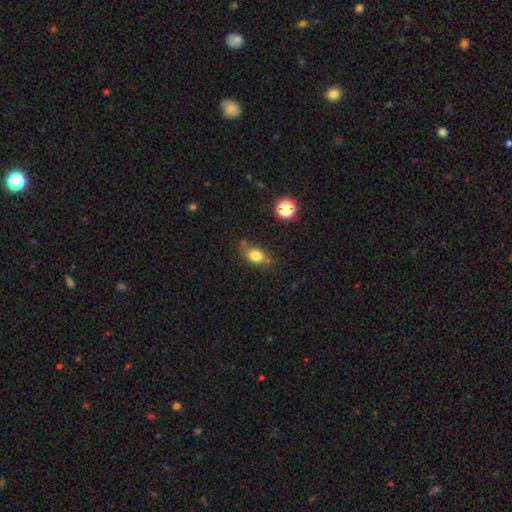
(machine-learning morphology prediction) This appears to be a smooth galaxy with no disk features (80%) that is in between round and cigar-shaped (68%). Merging: none (65%).